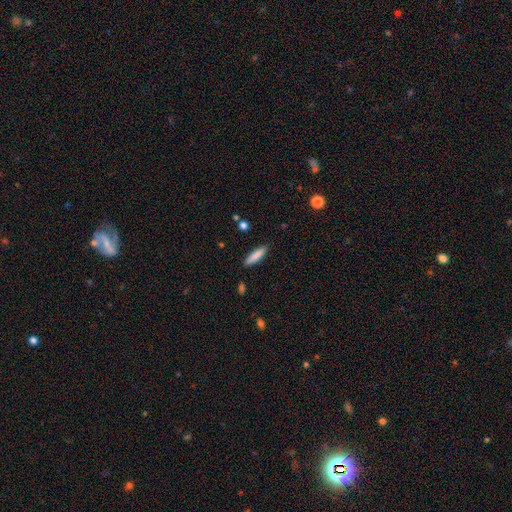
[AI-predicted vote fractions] Smooth or featured? Predicted: smooth (p=0.84). How rounded? Predicted: cigar-shaped (p=0.77). Merging? Predicted: none (p=0.89).